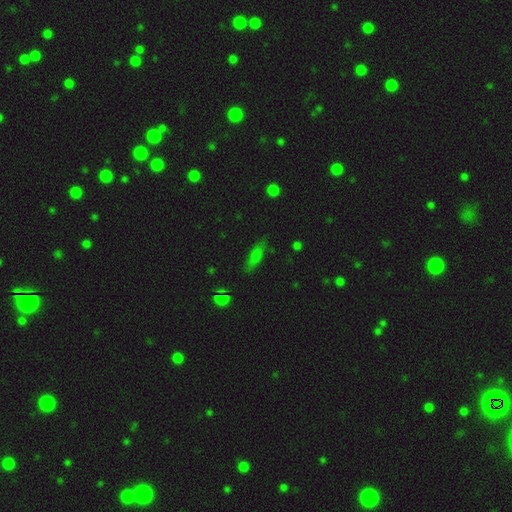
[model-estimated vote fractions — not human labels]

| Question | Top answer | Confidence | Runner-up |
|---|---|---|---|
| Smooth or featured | smooth | 68% | featured or disk (17%) |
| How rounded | in between | 58% | cigar-shaped (38%) |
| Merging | none | 76% | minor disturbance (17%) |